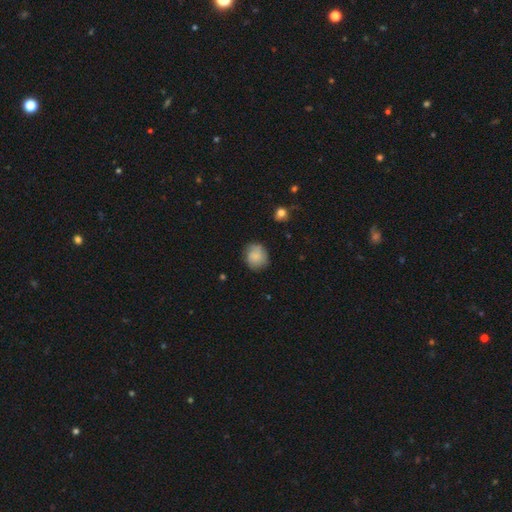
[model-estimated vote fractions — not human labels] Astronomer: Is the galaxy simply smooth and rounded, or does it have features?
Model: smooth — 76%.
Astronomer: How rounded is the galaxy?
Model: round — 80%.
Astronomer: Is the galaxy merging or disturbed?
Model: none — 76%.